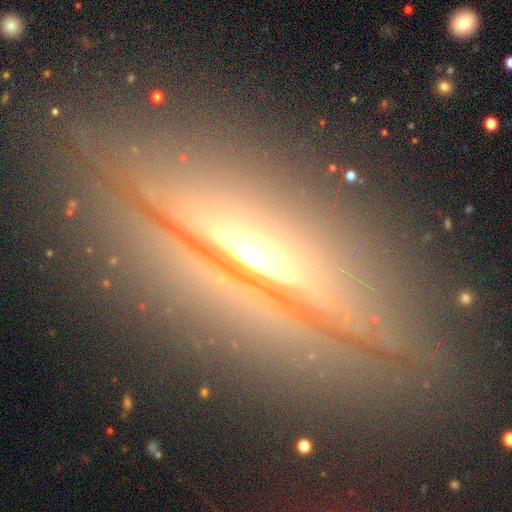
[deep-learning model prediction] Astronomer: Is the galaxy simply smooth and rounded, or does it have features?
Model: featured or disk — 74%.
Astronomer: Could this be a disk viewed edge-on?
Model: yes — 80%.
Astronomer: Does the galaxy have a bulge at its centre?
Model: rounded — 86%.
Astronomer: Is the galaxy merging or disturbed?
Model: none — 76%.